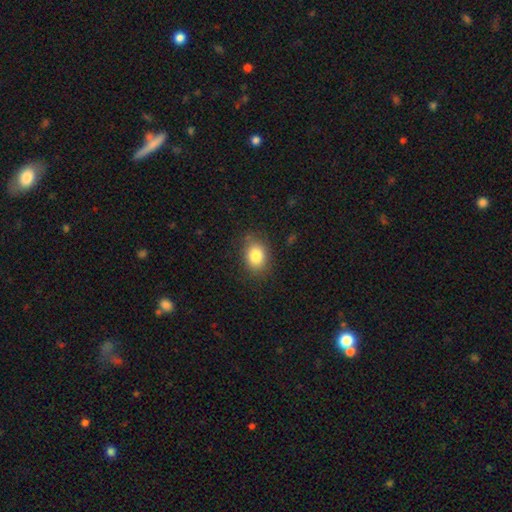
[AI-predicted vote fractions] This appears to be a smooth galaxy with no disk features (83%) that is in between round and cigar-shaped (62%). Merging: none (82%).